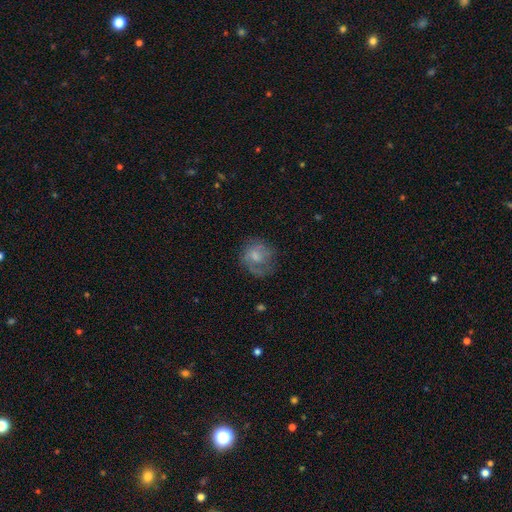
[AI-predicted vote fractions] Smooth or featured? smooth (53%)
How rounded? round (73%)
Merging? none (53%)